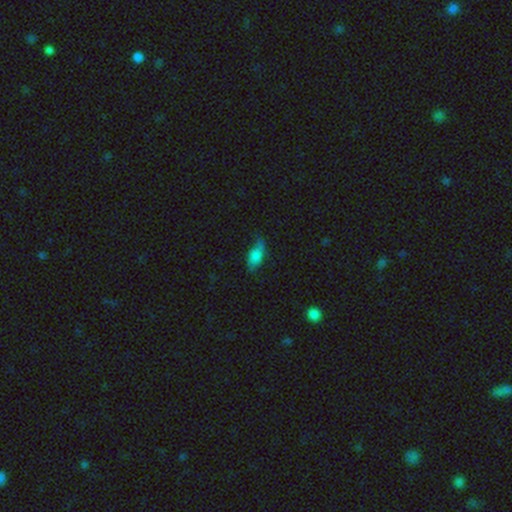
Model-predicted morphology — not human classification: The model was most divided on "merging": none: 57%, minor disturbance: 30%, major disturbance: 11%, merger: 2%. More confident: how rounded — in between (82%); smooth or featured — smooth (64%).